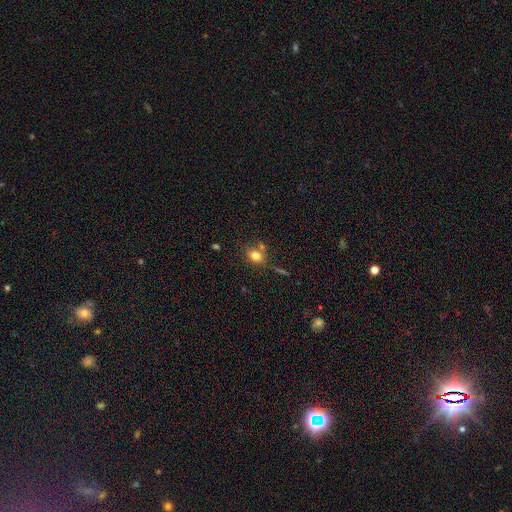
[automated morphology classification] Q: Smooth or featured?
A: smooth (78%); runner-up: star or artifact (12%)
Q: How rounded?
A: round (51%); runner-up: in between (48%)
Q: Merging?
A: none (66%); runner-up: minor disturbance (15%)